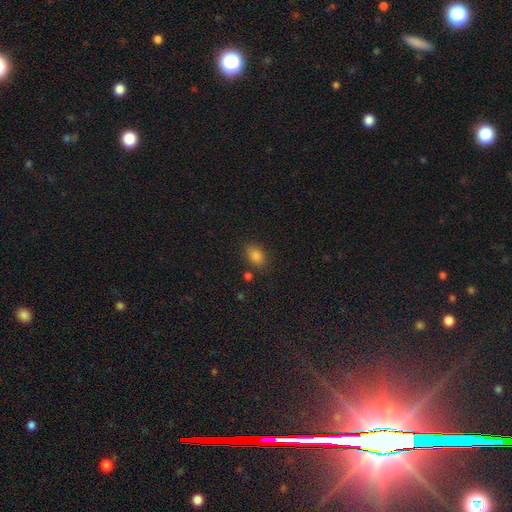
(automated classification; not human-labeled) Overall: smooth (82%). How rounded: in between (77%). Merging: none (80%).